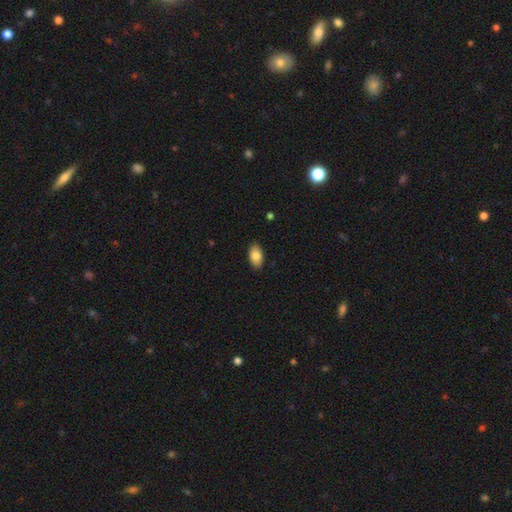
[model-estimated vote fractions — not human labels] Q: Smooth or featured?
A: smooth (84%); runner-up: featured or disk (9%)
Q: How rounded?
A: in between (93%); runner-up: round (5%)
Q: Merging?
A: none (88%); runner-up: minor disturbance (9%)